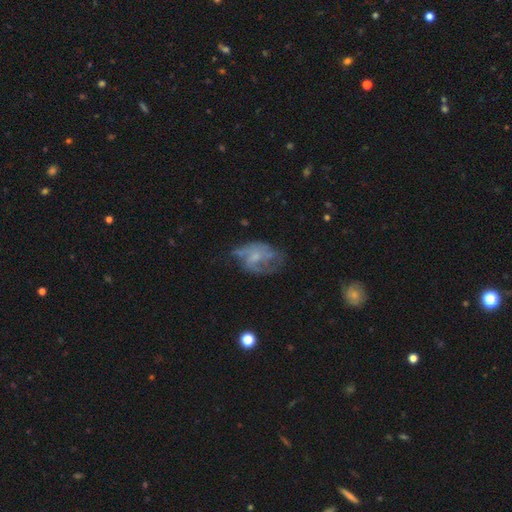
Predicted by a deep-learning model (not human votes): featured or disk 61%, smooth 29%, star or artifact 10%. Down the decision tree: edge-on disk — no (97%); bar — no (72%); spiral arms — yes (59%); bulge size — small (50%); merging — none (37%).